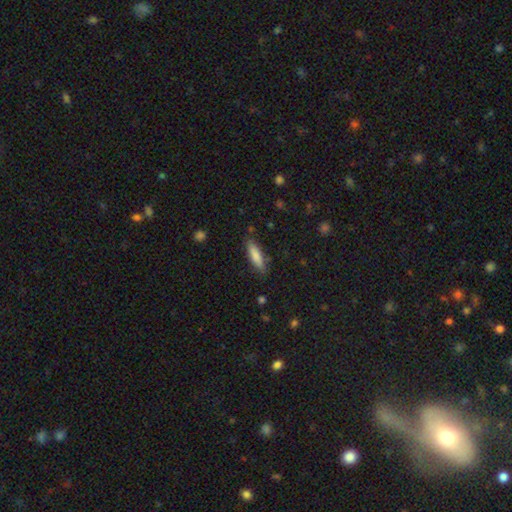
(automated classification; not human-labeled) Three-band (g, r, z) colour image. It shows a smooth galaxy with no disk features (81%) that is cigar-shaped (64%). Merging: none (84%).